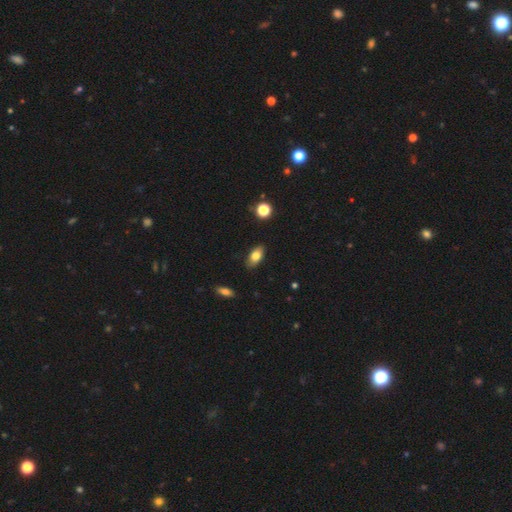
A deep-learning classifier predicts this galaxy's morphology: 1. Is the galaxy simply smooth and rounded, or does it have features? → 80% smooth, 12% featured or disk, 8% star or artifact.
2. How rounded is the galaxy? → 88% in between, 6% cigar-shaped, 6% round.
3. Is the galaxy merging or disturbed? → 86% none, 10% minor disturbance, 2% major disturbance, 1% merger.